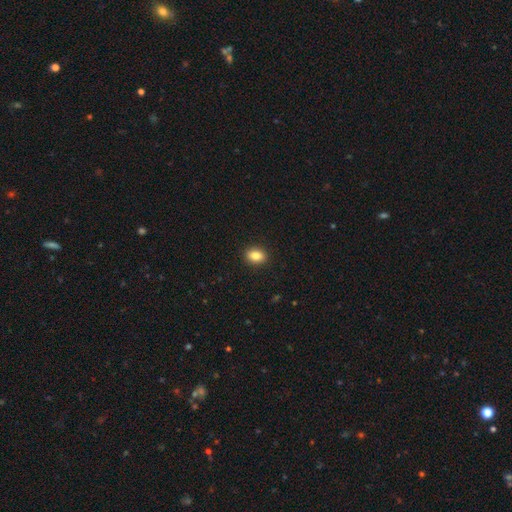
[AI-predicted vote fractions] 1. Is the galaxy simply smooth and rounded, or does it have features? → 85% smooth, 9% star or artifact, 6% featured or disk.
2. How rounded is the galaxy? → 75% in between, 23% round, 2% cigar-shaped.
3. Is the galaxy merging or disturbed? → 91% none, 7% minor disturbance, 2% major disturbance, 1% merger.